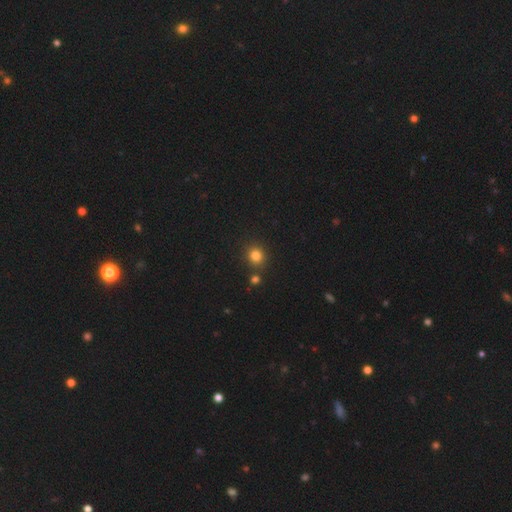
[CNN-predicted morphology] This appears to be a smooth galaxy with no disk features (81%) that is round (84%). Merging: none (82%).